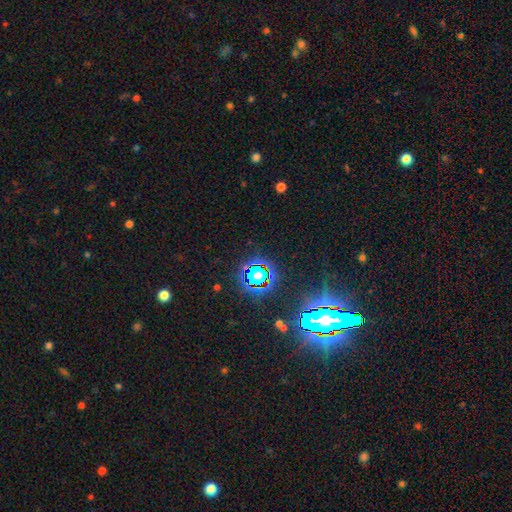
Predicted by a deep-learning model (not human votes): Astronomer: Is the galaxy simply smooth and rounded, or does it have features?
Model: star or artifact — 82%.